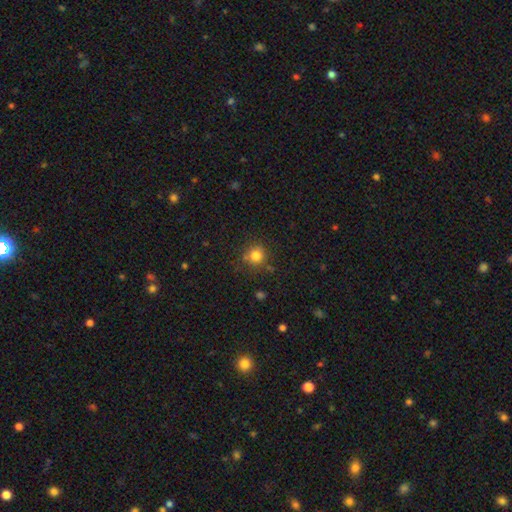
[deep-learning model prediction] Smooth or featured? Predicted: smooth (p=0.80). How rounded? Predicted: round (p=0.90). Merging? Predicted: none (p=0.77).